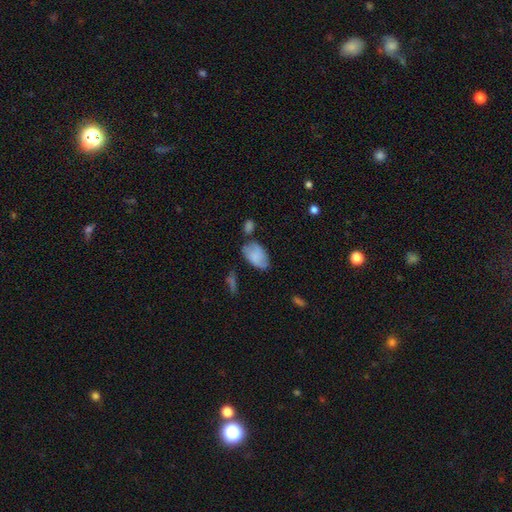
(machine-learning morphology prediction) Smooth or featured? Predicted: smooth (p=0.76). How rounded? Predicted: in between (p=0.93). Merging? Predicted: none (p=0.53).